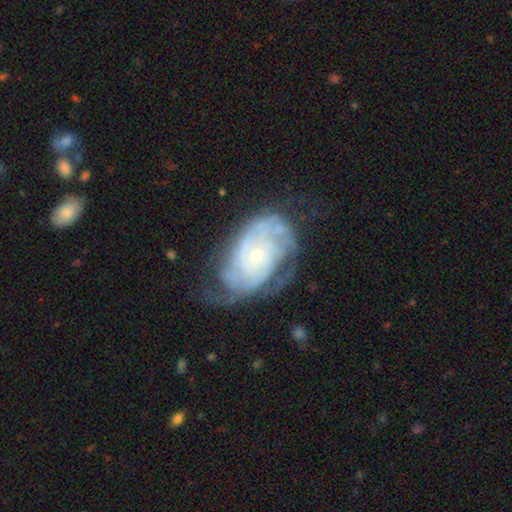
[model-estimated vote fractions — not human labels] Smooth or featured: featured or disk — 86% (smooth — 9%)
Edge-on disk: no — 97% (yes — 3%)
Bar: no — 73% (weak — 23%)
Spiral arms: yes — 94% (no — 6%)
Spiral winding: tight — 65% (medium — 28%)
Spiral arm count: can't tell — 34% (2 — 32%)
Bulge size: small — 66% (moderate — 30%)
Merging: none — 58% (minor disturbance — 25%)